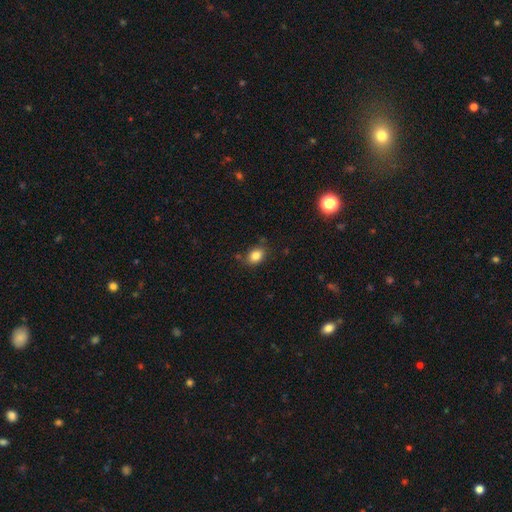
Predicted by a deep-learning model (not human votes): The model was most divided on "how rounded": in between: 75%, round: 24%, cigar-shaped: 1%. More confident: smooth or featured — smooth (84%); merging — none (78%).